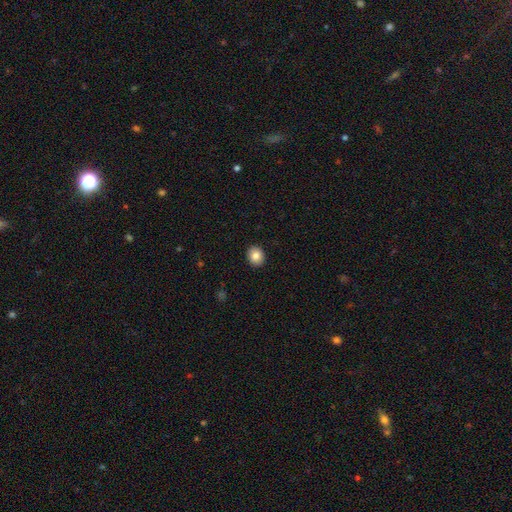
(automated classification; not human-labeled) This is clearly a smooth galaxy (84%). How rounded: likely round (62%). Merging: clearly none (92%).